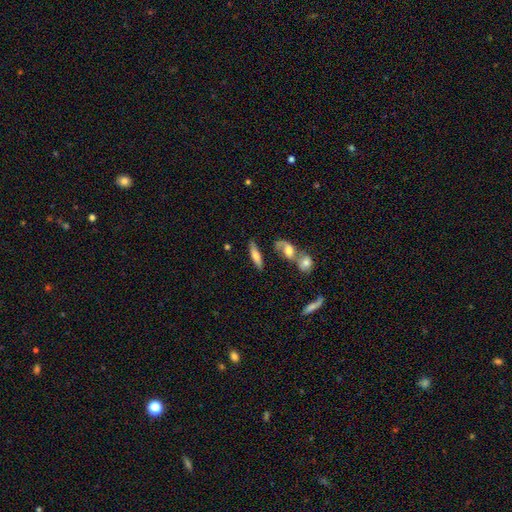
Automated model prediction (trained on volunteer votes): Smooth or featured? Predicted: smooth (p=0.56). How rounded? Predicted: cigar-shaped (p=0.55). Merging? Predicted: none (p=0.61).